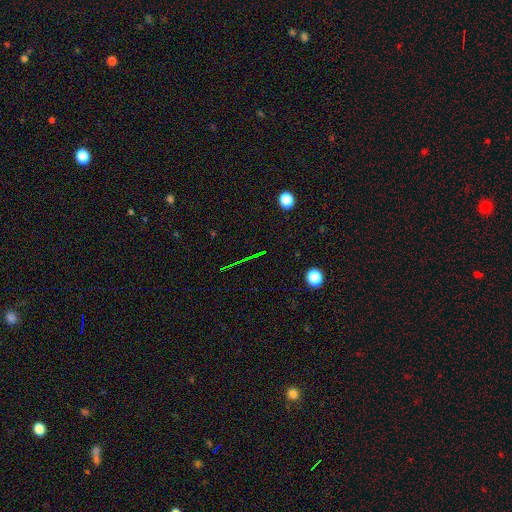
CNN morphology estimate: The model was most divided on "smooth or featured": star or artifact: 71%, smooth: 15%, featured or disk: 14%.